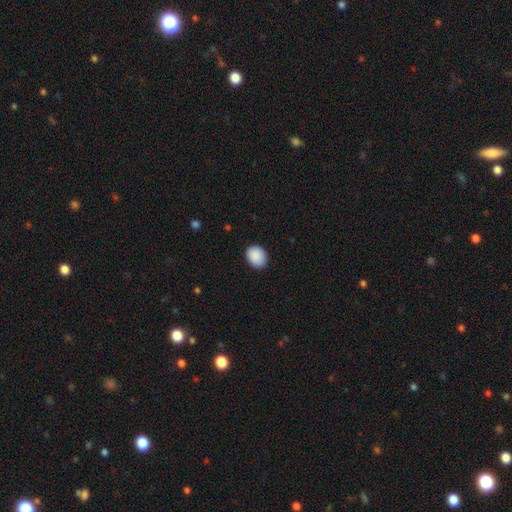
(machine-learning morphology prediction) Q: Smooth or featured?
A: smooth (90%); runner-up: star or artifact (7%)
Q: How rounded?
A: in between (54%); runner-up: round (45%)
Q: Merging?
A: none (86%); runner-up: minor disturbance (11%)